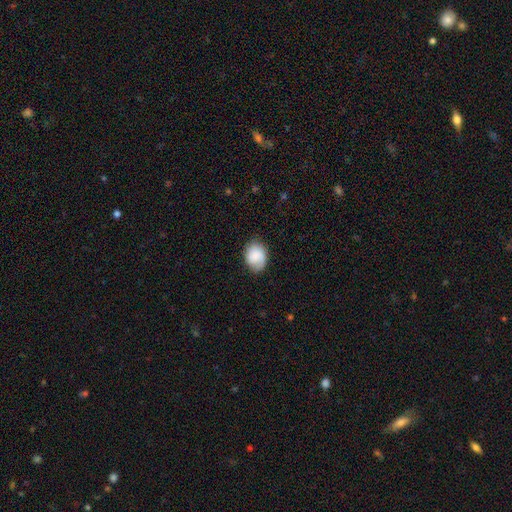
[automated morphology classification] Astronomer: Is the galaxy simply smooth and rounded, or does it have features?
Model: smooth — 74%.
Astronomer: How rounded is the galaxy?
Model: in between — 57% (runner-up: round, 42%).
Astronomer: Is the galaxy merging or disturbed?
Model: none — 75%.